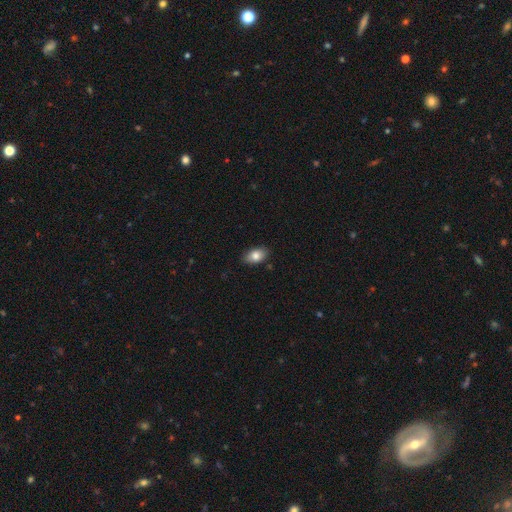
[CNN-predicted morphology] This appears to be a smooth galaxy with no disk features (83%) that is in between round and cigar-shaped (91%). Merging: none (87%).